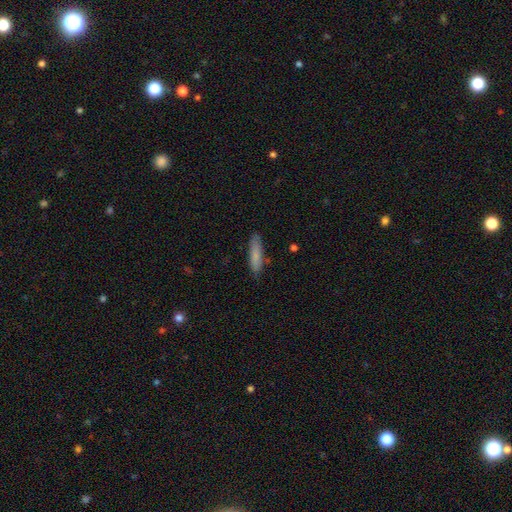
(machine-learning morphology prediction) smooth 82%, featured or disk 11%, star or artifact 6%. Down the decision tree: how rounded — cigar-shaped (71%); merging — none (81%).